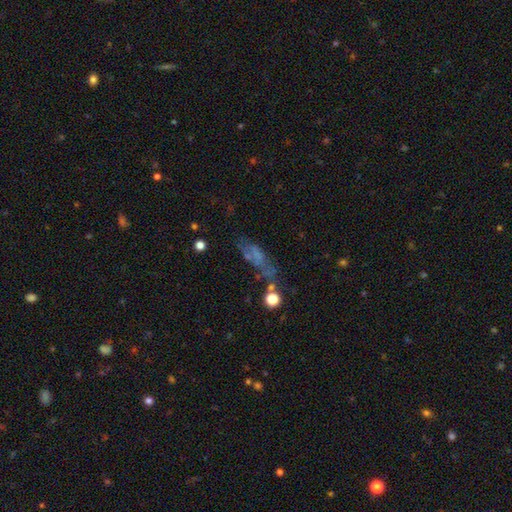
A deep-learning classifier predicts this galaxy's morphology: Smooth or featured?
  - featured or disk: 41% *
  - smooth: 40%
  - star or artifact: 19%
Merging?
  - none: 45% *
  - major disturbance: 23%
  - minor disturbance: 22%
  - merger: 9%